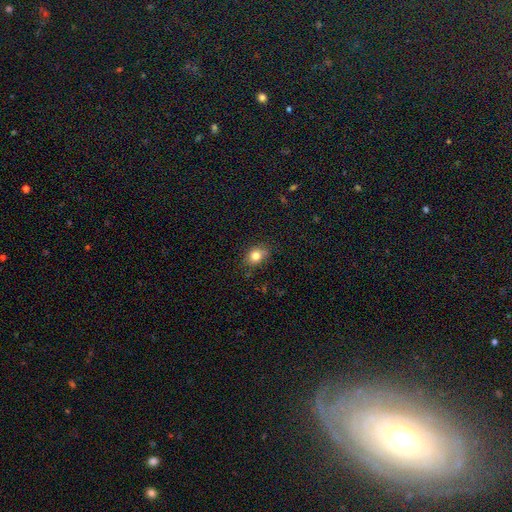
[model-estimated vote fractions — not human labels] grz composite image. It shows a smooth galaxy with no disk features (81%) that is in between round and cigar-shaped (57%). Merging: none (76%).